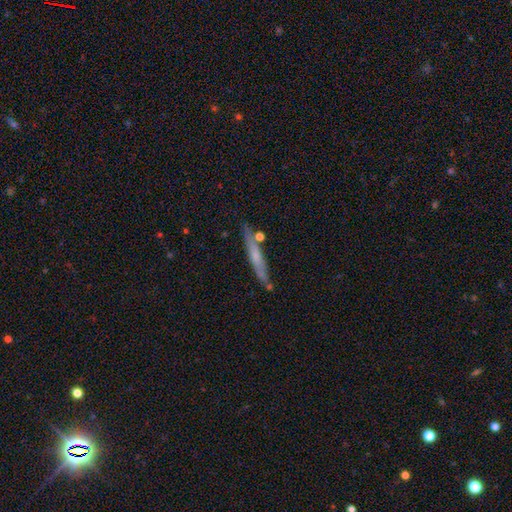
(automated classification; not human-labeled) Smooth or featured?
  - featured or disk: 47% *
  - smooth: 46%
  - star or artifact: 7%
Merging?
  - none: 79% *
  - minor disturbance: 13%
  - merger: 5%
  - major disturbance: 3%